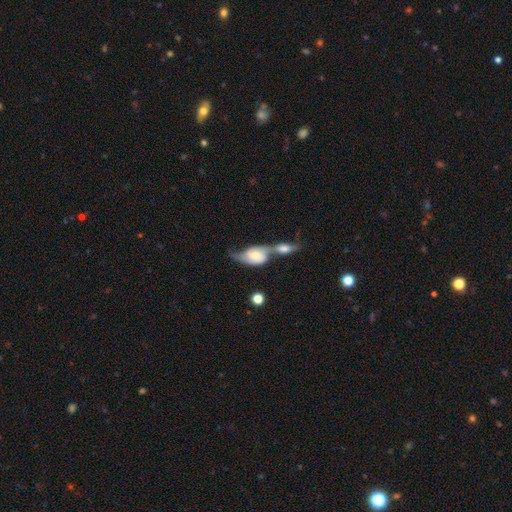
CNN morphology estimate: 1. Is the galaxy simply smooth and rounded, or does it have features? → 63% featured or disk, 31% smooth, 6% star or artifact.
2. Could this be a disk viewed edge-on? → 91% no, 9% yes.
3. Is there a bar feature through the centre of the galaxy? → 63% no, 29% weak, 9% strong.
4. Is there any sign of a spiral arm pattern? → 85% yes, 15% no.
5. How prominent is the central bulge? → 42% moderate, 34% small, 14% large, 6% none, 3% dominant.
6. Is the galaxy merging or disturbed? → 73% merger, 12% none, 8% major disturbance, 7% minor disturbance.